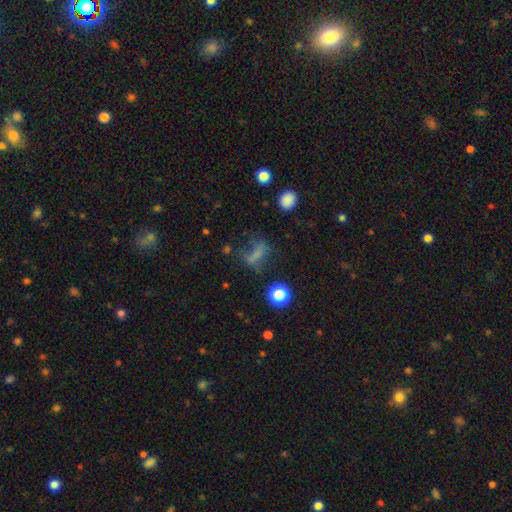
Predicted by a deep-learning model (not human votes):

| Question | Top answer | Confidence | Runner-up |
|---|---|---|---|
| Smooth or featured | smooth | 51% | star or artifact (25%) |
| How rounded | in between | 52% | round (32%) |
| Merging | none | 41% | major disturbance (31%) |